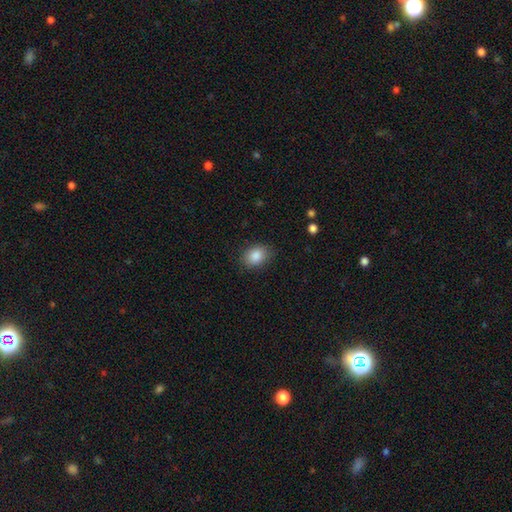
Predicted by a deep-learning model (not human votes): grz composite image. It shows a smooth galaxy with no disk features (86%) that is in between round and cigar-shaped (69%). Merging: none (82%).